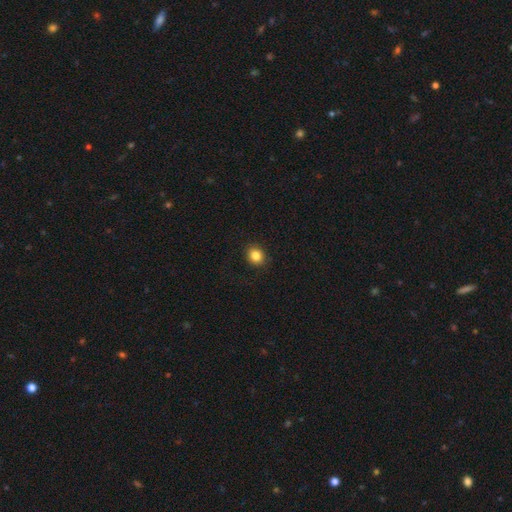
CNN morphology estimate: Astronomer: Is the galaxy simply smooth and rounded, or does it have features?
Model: smooth — 84%.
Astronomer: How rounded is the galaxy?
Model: round — 76%.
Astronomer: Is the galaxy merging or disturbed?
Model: none — 91%.